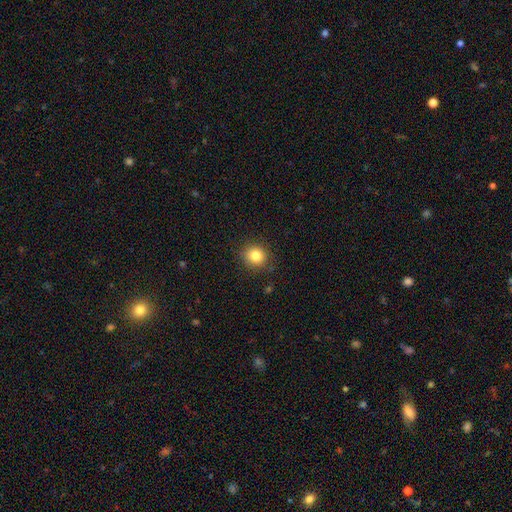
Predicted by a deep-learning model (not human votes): Q: Smooth or featured?
A: smooth (82%); runner-up: star or artifact (11%)
Q: How rounded?
A: round (83%); runner-up: in between (16%)
Q: Merging?
A: none (86%); runner-up: minor disturbance (10%)